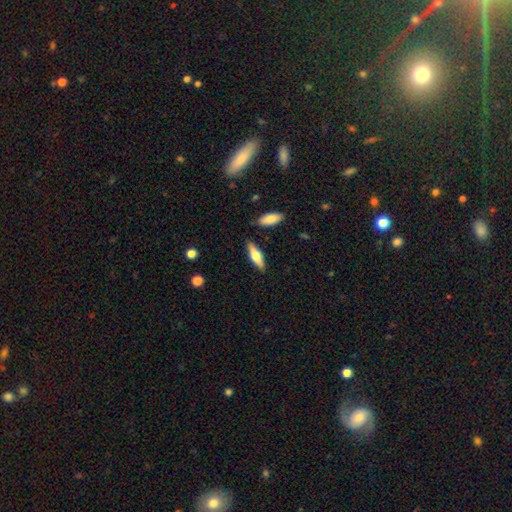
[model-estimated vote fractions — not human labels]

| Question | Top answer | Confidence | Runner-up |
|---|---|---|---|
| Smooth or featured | smooth | 53% | featured or disk (42%) |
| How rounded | cigar-shaped | 58% | in between (40%) |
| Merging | none | 85% | minor disturbance (9%) |